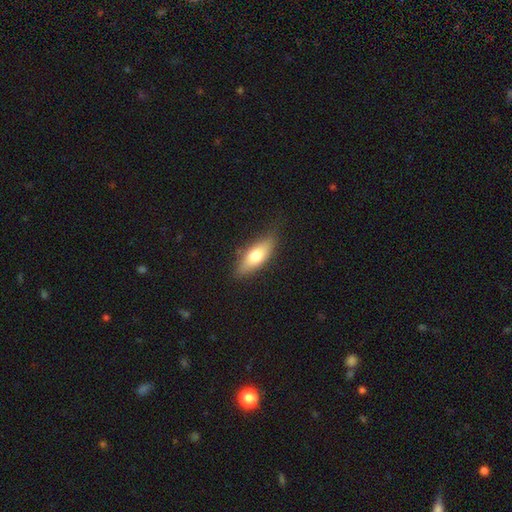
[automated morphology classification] This is likely a smooth galaxy (68%). How rounded: likely in between (66%). Merging: likely none (79%).